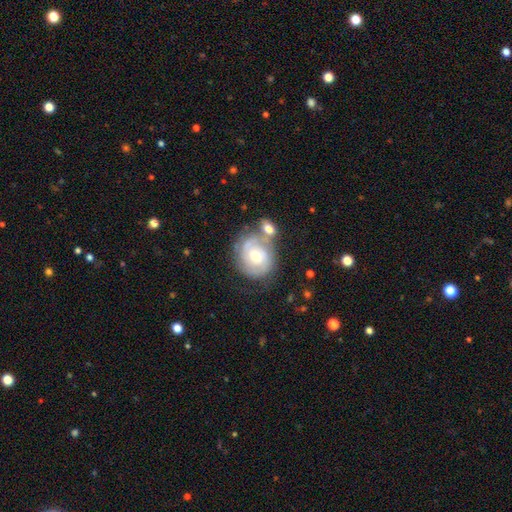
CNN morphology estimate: Q: Smooth or featured?
A: featured or disk (68%); runner-up: smooth (26%)
Q: Edge-on disk?
A: no (97%); runner-up: yes (3%)
Q: Bar?
A: no (72%); runner-up: weak (24%)
Q: Spiral arms?
A: yes (83%); runner-up: no (17%)
Q: Spiral winding?
A: tight (65%); runner-up: medium (27%)
Q: Spiral arm count?
A: 2 (46%); runner-up: can't tell (33%)
Q: Bulge size?
A: moderate (60%); runner-up: small (31%)
Q: Merging?
A: none (47%); runner-up: merger (25%)